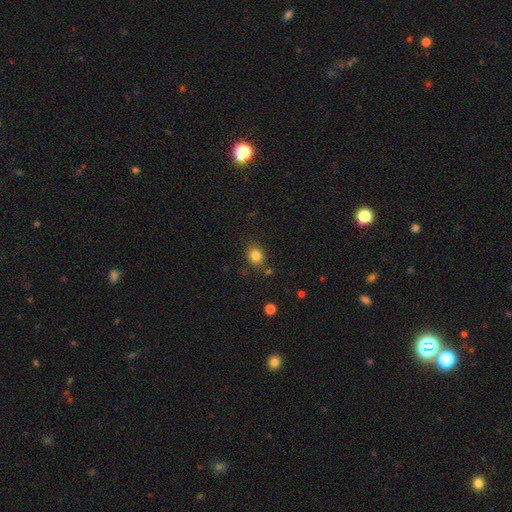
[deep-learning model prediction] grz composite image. It shows a smooth galaxy with no disk features (83%) that is round (58%). Merging: none (80%).